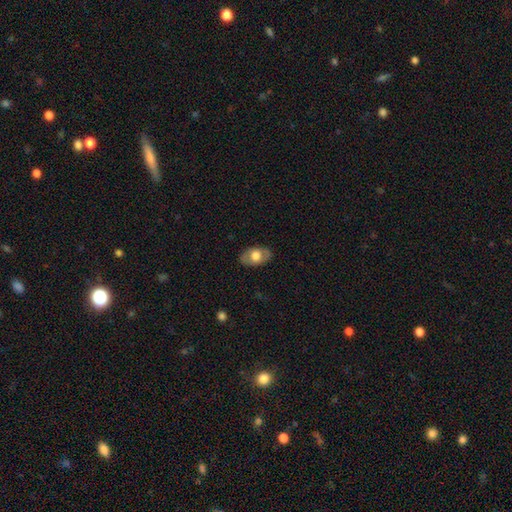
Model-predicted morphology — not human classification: Overall: smooth (59%; featured or disk 35%). How rounded: in between (88%). Merging: none (83%).